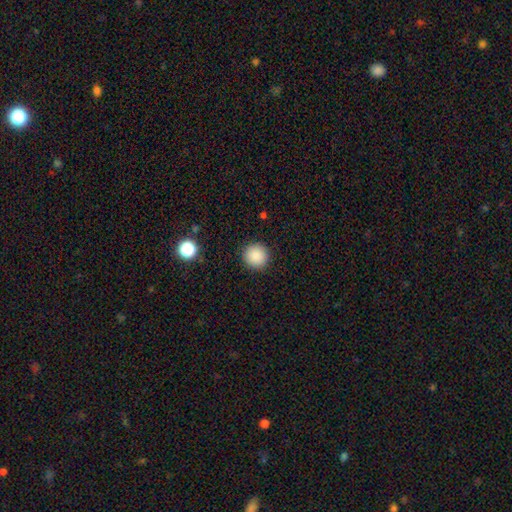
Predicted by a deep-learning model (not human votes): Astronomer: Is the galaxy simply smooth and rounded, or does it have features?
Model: smooth — 87%.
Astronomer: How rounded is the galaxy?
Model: round — 95%.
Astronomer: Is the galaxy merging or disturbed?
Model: none — 92%.